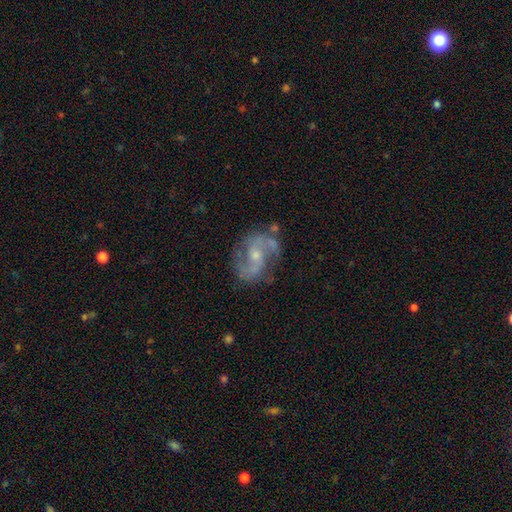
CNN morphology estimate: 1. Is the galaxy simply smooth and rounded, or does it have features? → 86% featured or disk, 8% smooth, 7% star or artifact.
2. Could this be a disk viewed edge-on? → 97% no, 3% yes.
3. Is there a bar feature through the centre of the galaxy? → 47% no, 42% weak, 11% strong.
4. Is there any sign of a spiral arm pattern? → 95% yes, 5% no.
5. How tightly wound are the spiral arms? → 55% medium, 28% loose, 17% tight.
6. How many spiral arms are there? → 89% 2, 5% can't tell, 3% 3, 2% 1, 1% 4, 1% more than 4.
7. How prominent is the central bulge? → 54% small, 40% moderate, 4% none, 2% large, 1% dominant.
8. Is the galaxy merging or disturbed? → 70% none, 18% minor disturbance, 8% major disturbance, 4% merger.